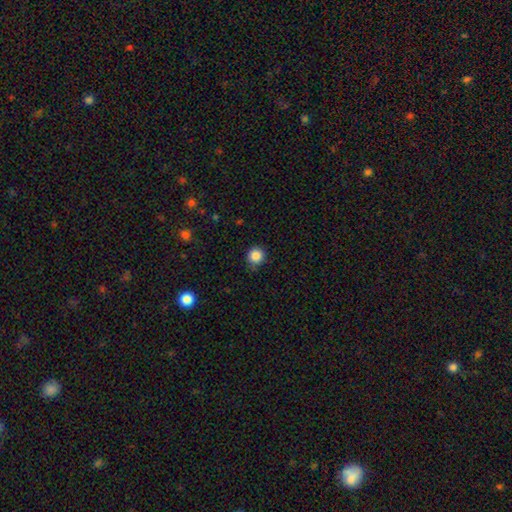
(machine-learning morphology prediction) This is clearly a smooth galaxy (86%). How rounded: clearly round (92%). Merging: clearly none (81%).